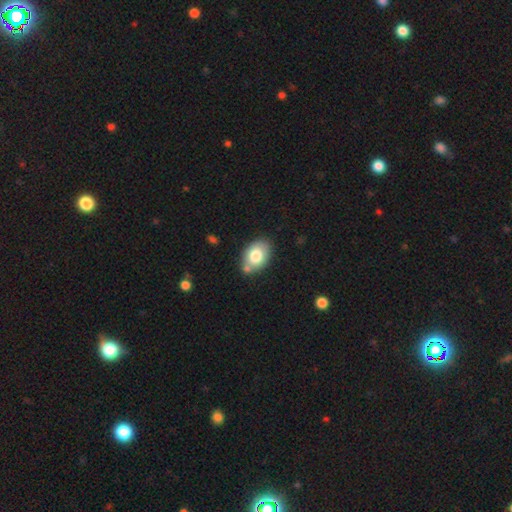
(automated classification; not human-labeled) Smooth or featured: smooth — 76% (featured or disk — 17%)
How rounded: in between — 85% (round — 14%)
Merging: none — 69% (minor disturbance — 16%)